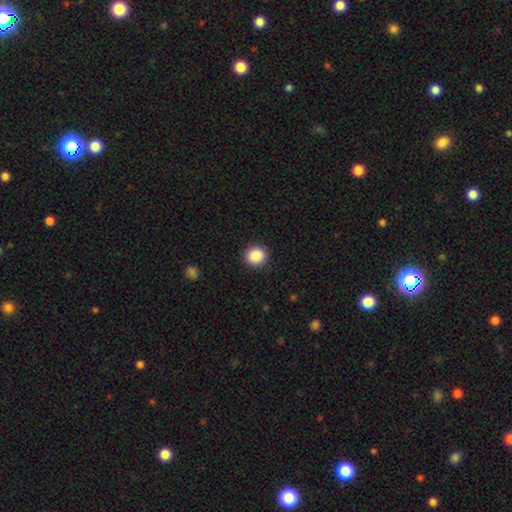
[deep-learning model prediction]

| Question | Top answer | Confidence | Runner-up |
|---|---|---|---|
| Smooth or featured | smooth | 89% | star or artifact (9%) |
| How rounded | round | 87% | in between (12%) |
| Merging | none | 91% | minor disturbance (6%) |